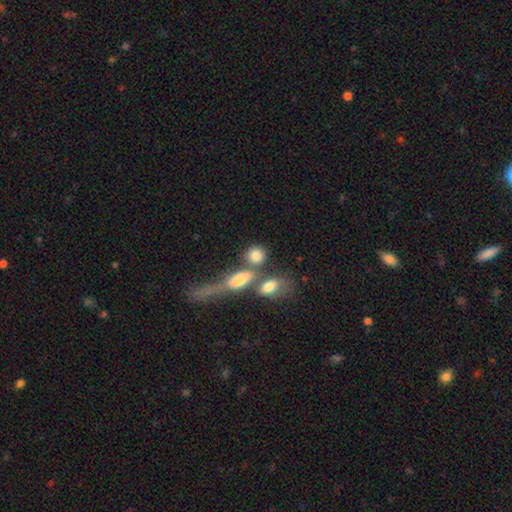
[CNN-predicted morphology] This appears to be a smooth galaxy with no disk features (79%) that is round (63%). Merging: none (43%).